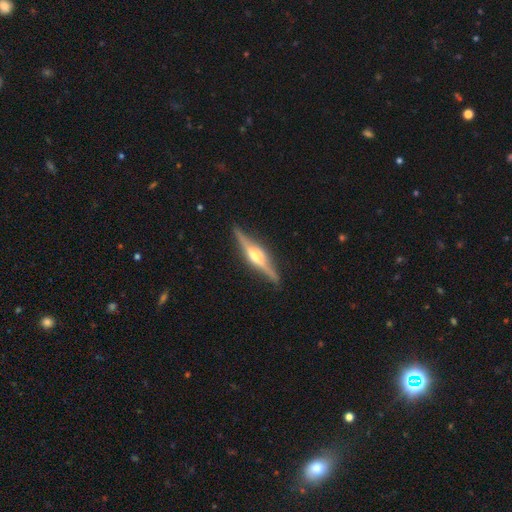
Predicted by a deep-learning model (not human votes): This appears to be a featured or disk galaxy (82%) viewed edge-on (98%) with a rounded central bulge (90%). Merging: none (89%).